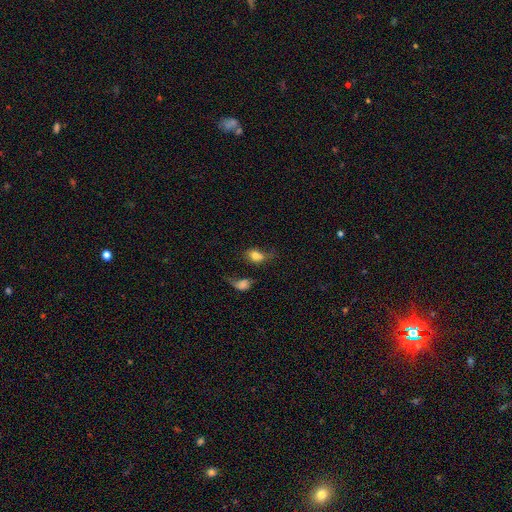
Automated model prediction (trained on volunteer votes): This appears to be a smooth galaxy with no disk features (70%) that is in between round and cigar-shaped (66%). Merging: merger (31%).